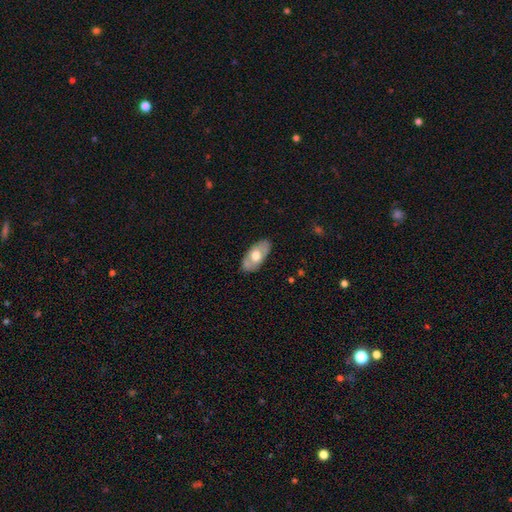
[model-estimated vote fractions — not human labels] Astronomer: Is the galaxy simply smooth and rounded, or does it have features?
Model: smooth — 56% (runner-up: featured or disk, 39%).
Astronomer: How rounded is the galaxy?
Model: in between — 92%.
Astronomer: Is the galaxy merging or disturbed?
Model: none — 81%.